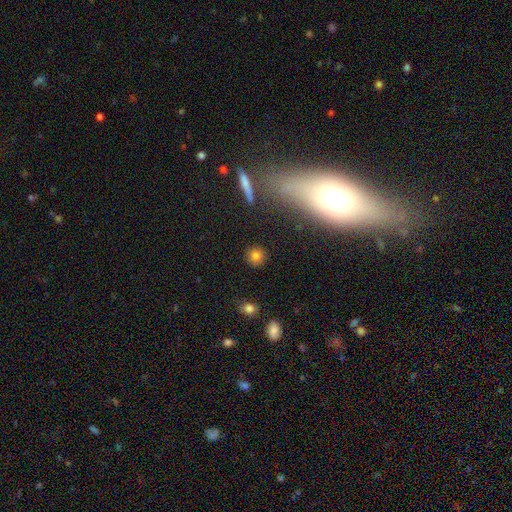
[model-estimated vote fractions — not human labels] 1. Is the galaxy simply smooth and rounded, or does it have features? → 78% smooth, 15% star or artifact, 7% featured or disk.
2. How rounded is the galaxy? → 92% round, 7% in between, 1% cigar-shaped.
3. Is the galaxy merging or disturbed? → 89% none, 7% minor disturbance, 2% major disturbance, 2% merger.